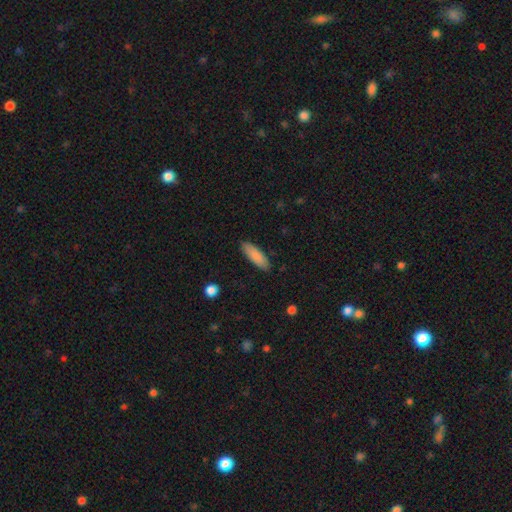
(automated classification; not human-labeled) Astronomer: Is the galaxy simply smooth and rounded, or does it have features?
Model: smooth — 86%.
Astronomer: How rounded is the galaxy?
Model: in between — 50% (runner-up: cigar-shaped, 49%).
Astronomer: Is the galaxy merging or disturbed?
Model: none — 87%.